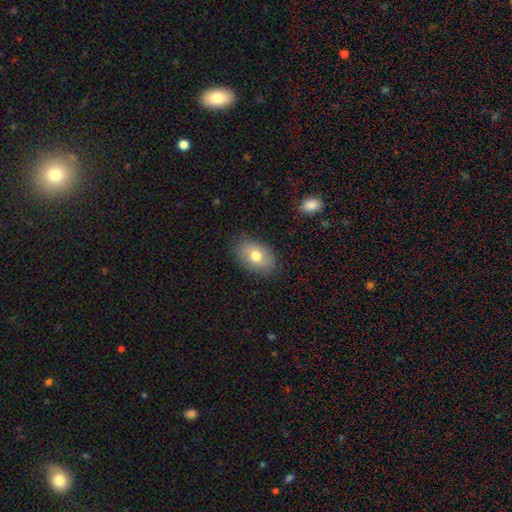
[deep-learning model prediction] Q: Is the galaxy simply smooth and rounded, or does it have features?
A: smooth — 74%.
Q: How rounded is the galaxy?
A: in between — 84%.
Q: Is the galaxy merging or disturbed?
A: none — 84%.